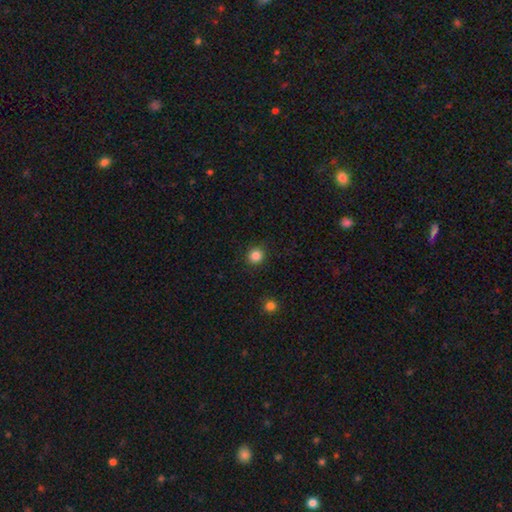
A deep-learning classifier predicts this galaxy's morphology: Smooth or featured? Predicted: smooth (p=0.85). How rounded? Predicted: round (p=0.91). Merging? Predicted: none (p=0.91).